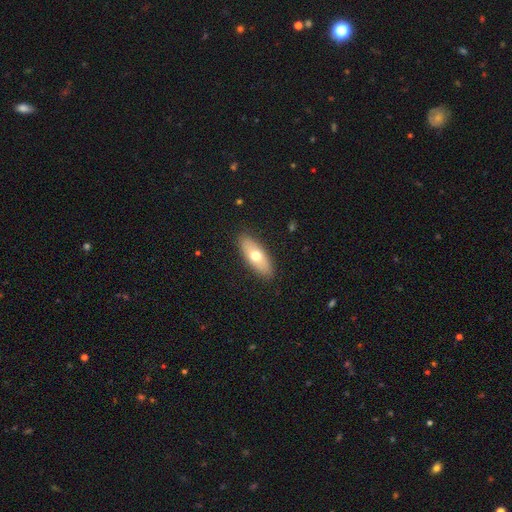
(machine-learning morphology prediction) smooth 65%, featured or disk 29%, star or artifact 6%. Down the decision tree: how rounded — in between (72%); merging — none (88%).